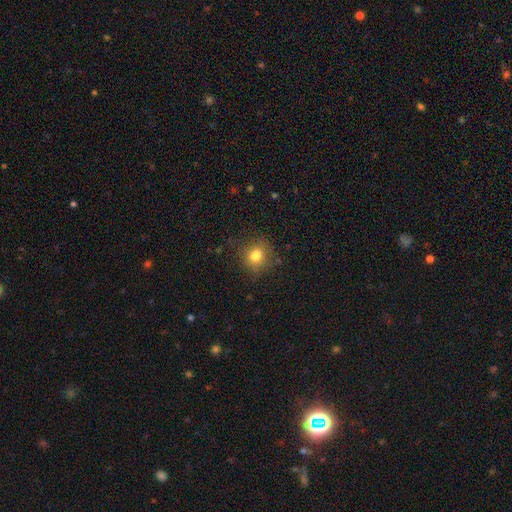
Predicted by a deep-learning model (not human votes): Smooth or featured: smooth — 80% (star or artifact — 12%)
How rounded: round — 78% (in between — 21%)
Merging: none — 76% (minor disturbance — 16%)